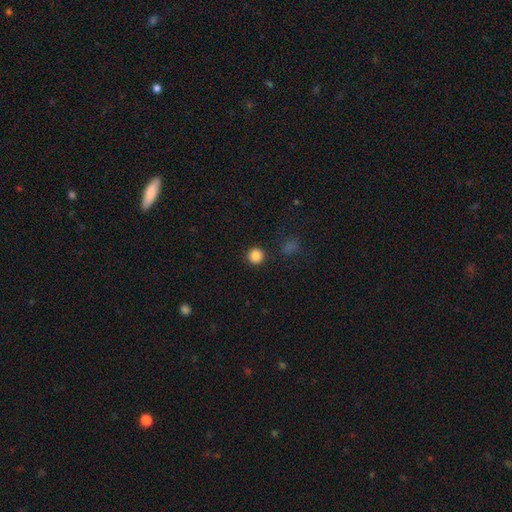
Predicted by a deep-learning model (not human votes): smooth-or-featured: smooth: 87% | star or artifact: 11% | featured or disk: 3%
  how-rounded: round: 95% | in between: 4% | cigar-shaped: 1%
  merging: none: 91% | minor disturbance: 5% | major disturbance: 2% | merger: 2%